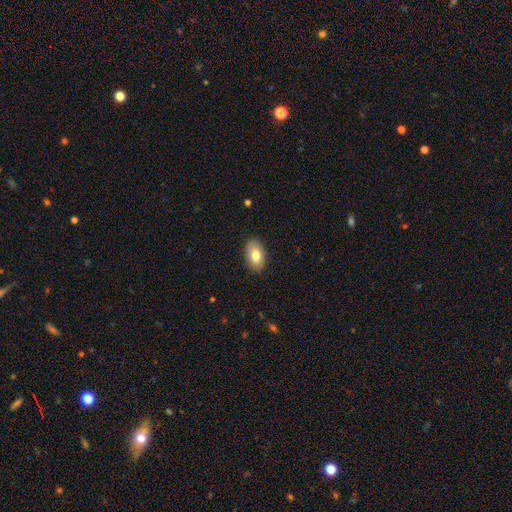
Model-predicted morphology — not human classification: This is likely a smooth galaxy (77%). How rounded: clearly in between (93%). Merging: clearly none (86%).